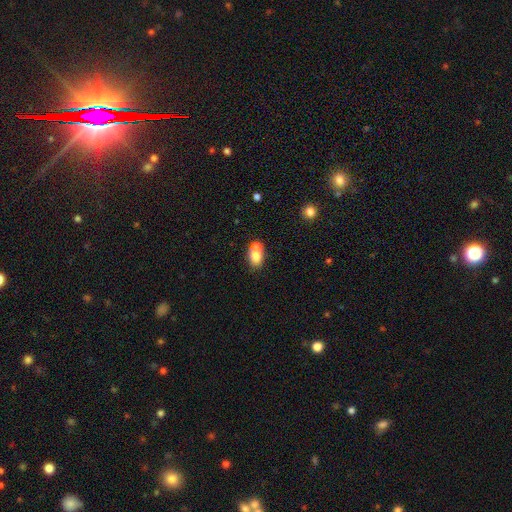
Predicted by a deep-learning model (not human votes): This is likely a smooth galaxy (74%). How rounded: likely in between (63%). Merging: possibly merger (49%).